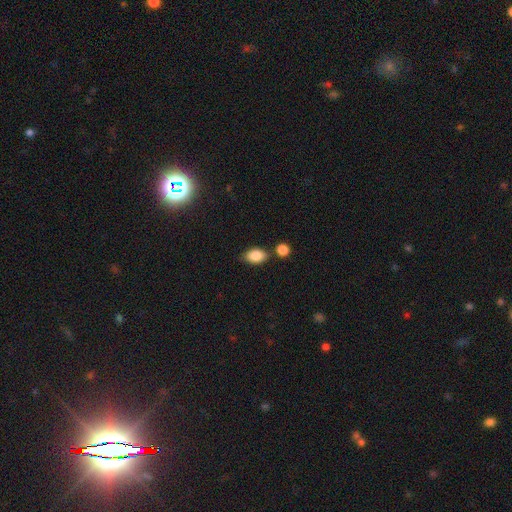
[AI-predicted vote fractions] smooth-or-featured: smooth: 86% | star or artifact: 8% | featured or disk: 6%
  how-rounded: in between: 86% | round: 12% | cigar-shaped: 2%
  merging: none: 72% | minor disturbance: 14% | merger: 11% | major disturbance: 3%